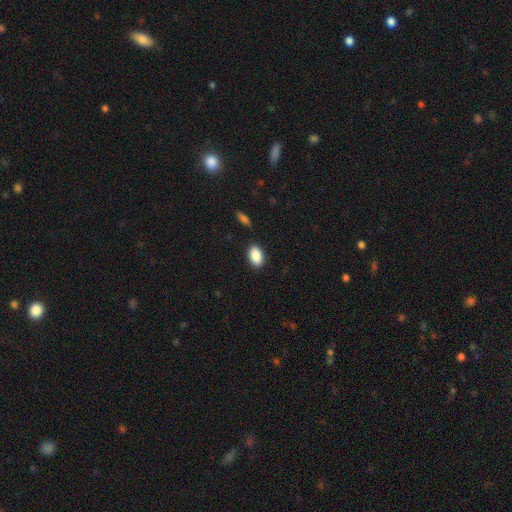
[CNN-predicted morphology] Smooth or featured?
  - smooth: 89% *
  - star or artifact: 7%
  - featured or disk: 4%
How rounded?
  - in between: 92% *
  - round: 6%
  - cigar-shaped: 2%
Merging?
  - none: 86% *
  - minor disturbance: 10%
  - major disturbance: 2%
  - merger: 2%